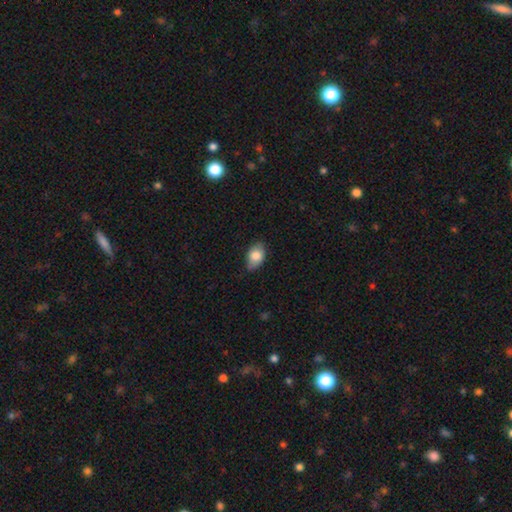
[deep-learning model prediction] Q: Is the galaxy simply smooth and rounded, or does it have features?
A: smooth — 82%.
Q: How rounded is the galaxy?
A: in between — 87%.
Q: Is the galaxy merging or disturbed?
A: none — 71%.